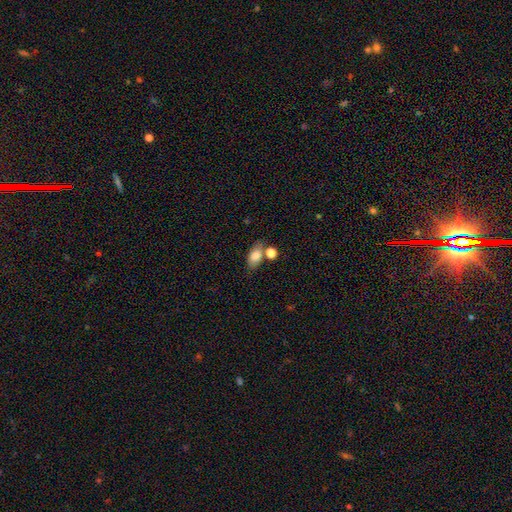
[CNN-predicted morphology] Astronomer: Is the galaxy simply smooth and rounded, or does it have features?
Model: smooth — 81%.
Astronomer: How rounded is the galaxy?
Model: in between — 86%.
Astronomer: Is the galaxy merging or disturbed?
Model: none — 62%.